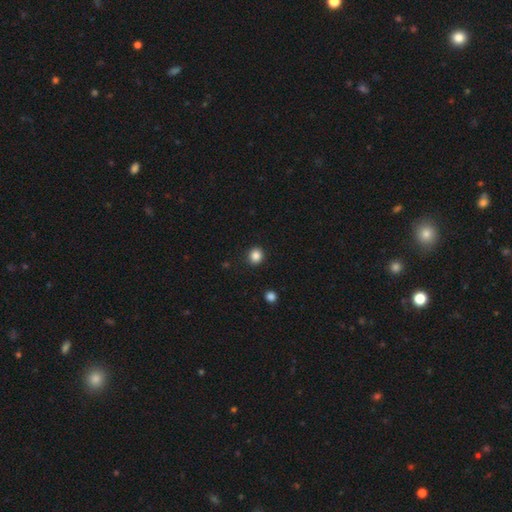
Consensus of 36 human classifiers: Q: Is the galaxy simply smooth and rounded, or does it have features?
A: smooth — 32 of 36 (89%).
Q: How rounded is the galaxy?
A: round — 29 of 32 (91%).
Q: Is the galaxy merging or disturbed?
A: none — 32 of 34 (94%).